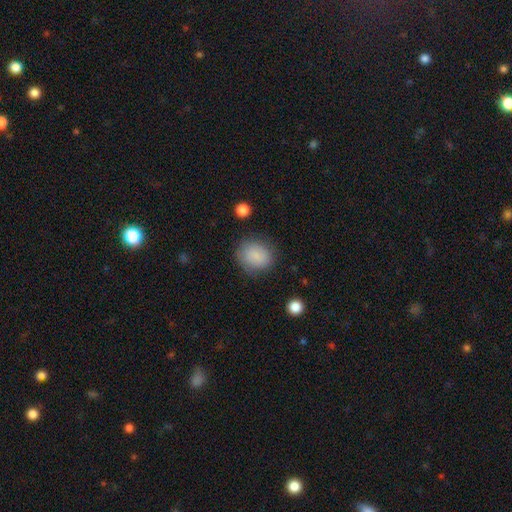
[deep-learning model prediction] Morphology: type=smooth (86%); roundness=round (64%); merging=none (79%).